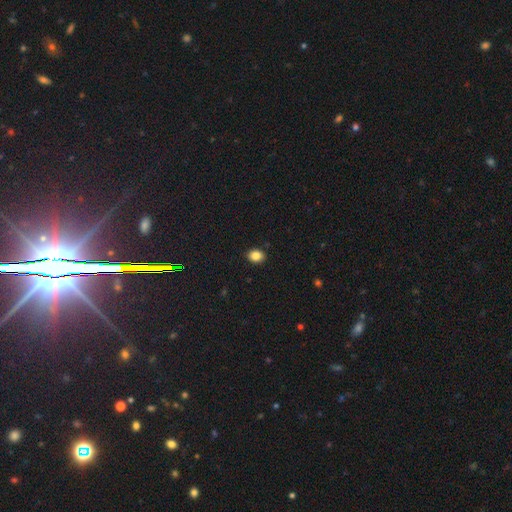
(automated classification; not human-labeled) A smooth galaxy with no disk features (85%) that is in between round and cigar-shaped (51%).

Vote fractions:
- Smooth or featured? smooth: 85% / star or artifact: 10% / featured or disk: 4%
- How rounded? in between: 51% / round: 49% / cigar-shaped: 1%
- Merging? none: 90% / minor disturbance: 7% / major disturbance: 2% / merger: 1%